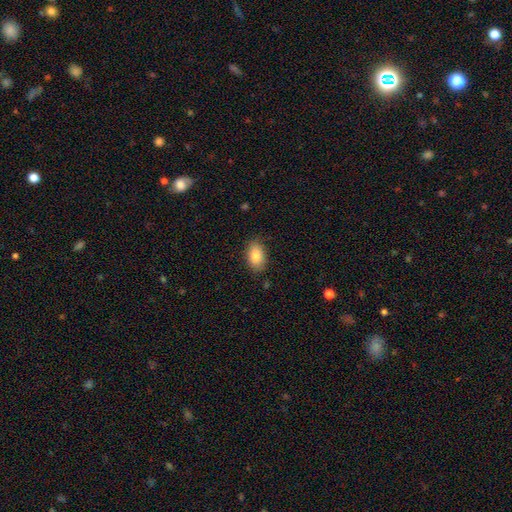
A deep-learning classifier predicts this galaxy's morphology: Smooth or featured? Predicted: smooth (p=0.86). How rounded? Predicted: in between (p=0.91). Merging? Predicted: none (p=0.84).